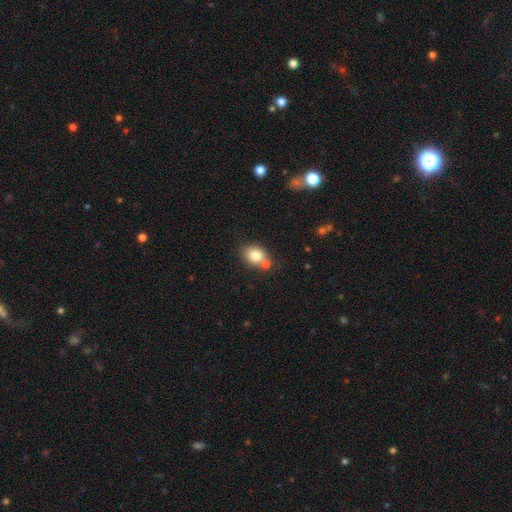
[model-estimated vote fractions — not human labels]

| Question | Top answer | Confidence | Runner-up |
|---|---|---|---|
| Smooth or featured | smooth | 80% | featured or disk (11%) |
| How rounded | in between | 55% | round (44%) |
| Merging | none | 57% | merger (26%) |